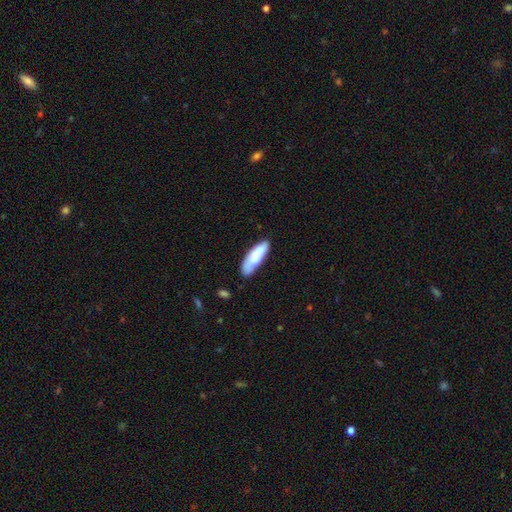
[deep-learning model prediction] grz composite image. It shows a smooth galaxy with no disk features (74%) that is in between round and cigar-shaped (56%). Merging: none (67%).